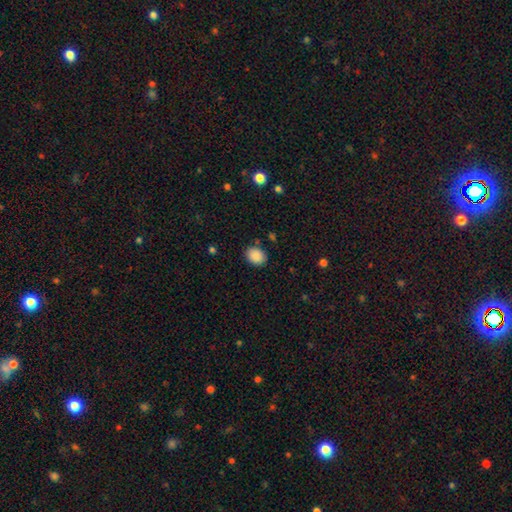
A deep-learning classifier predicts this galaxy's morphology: A smooth galaxy with no disk features (89%) that is in between round and cigar-shaped (53%).

Vote fractions:
- Smooth or featured? smooth: 89% / star or artifact: 8% / featured or disk: 3%
- How rounded? in between: 53% / round: 47% / cigar-shaped: 1%
- Merging? none: 83% / minor disturbance: 11% / major disturbance: 3% / merger: 2%